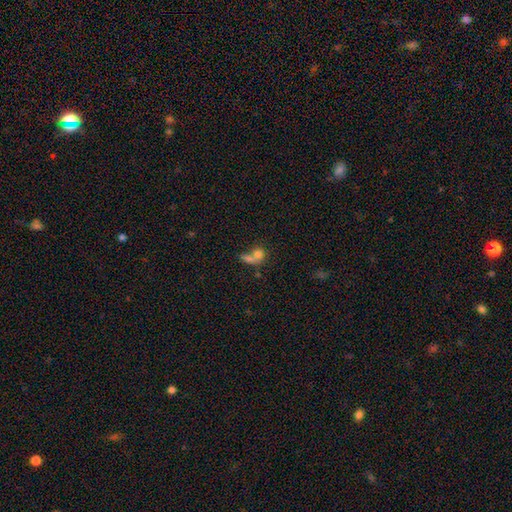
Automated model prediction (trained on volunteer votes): The model was most divided on "merging": merger: 55%, none: 29%, major disturbance: 8%, minor disturbance: 8%. More confident: smooth or featured — smooth (73%); how rounded — round (62%).